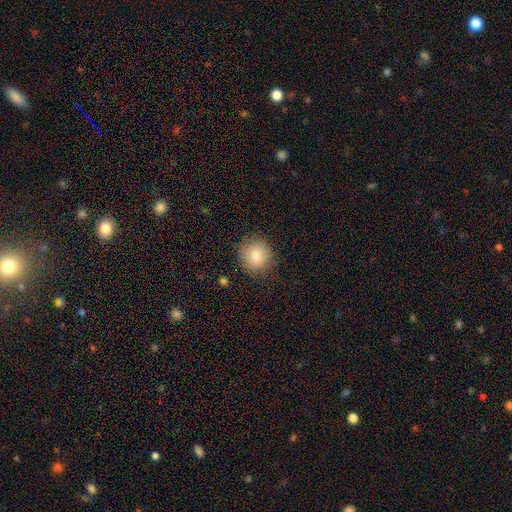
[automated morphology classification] A smooth galaxy with no disk features (80%) that is round (88%). Merging: none (86%).